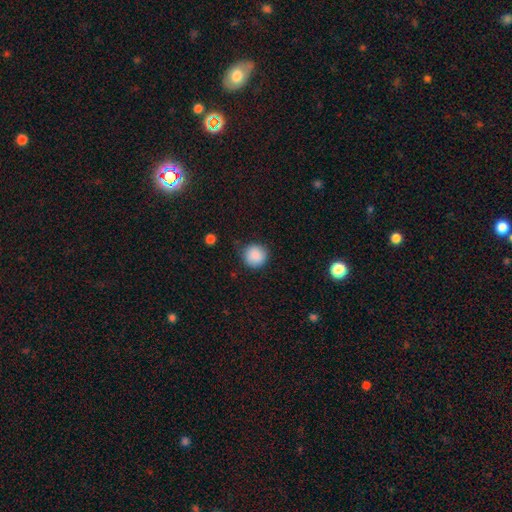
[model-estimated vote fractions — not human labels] Overall: smooth (88%). How rounded: round (93%). Merging: none (82%).